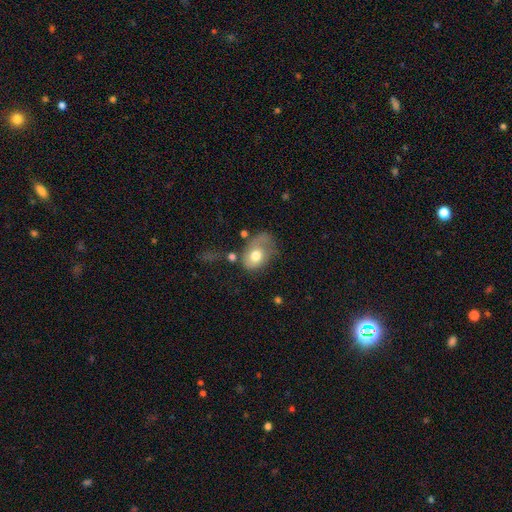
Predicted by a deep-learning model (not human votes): Q: Smooth or featured?
A: smooth (62%); runner-up: featured or disk (30%)
Q: How rounded?
A: in between (72%); runner-up: round (27%)
Q: Merging?
A: none (32%); runner-up: major disturbance (30%)